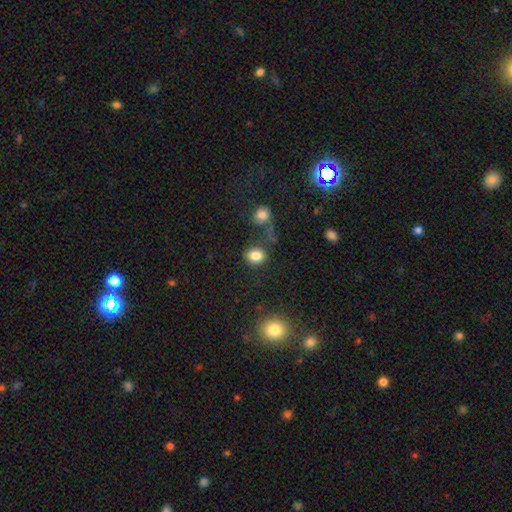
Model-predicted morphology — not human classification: smooth_or_featured: smooth (p=0.83) [alt: star or artifact p=0.11]
how_rounded: round (p=0.59) [alt: in between p=0.40]
merging: none (p=0.68) [alt: minor disturbance p=0.14]